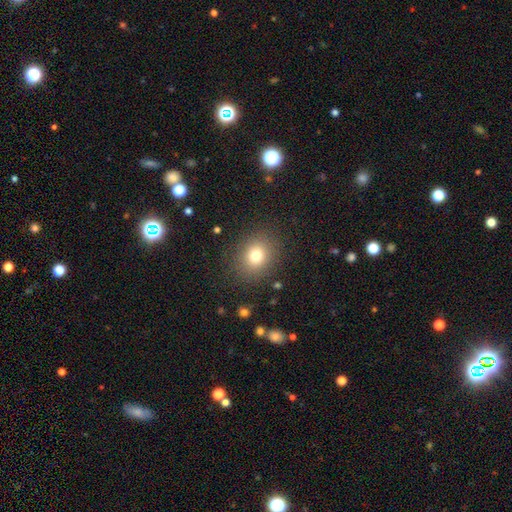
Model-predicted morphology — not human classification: This appears to be a smooth galaxy with no disk features (76%) that is round (66%). Merging: none (86%).